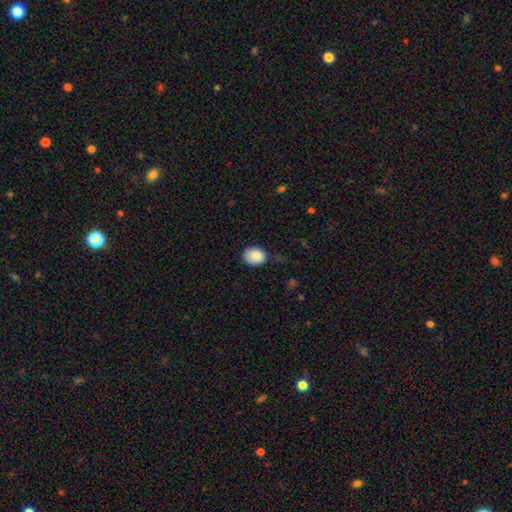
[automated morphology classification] This is clearly a smooth galaxy (85%). How rounded: likely in between (63%). Merging: likely none (70%).